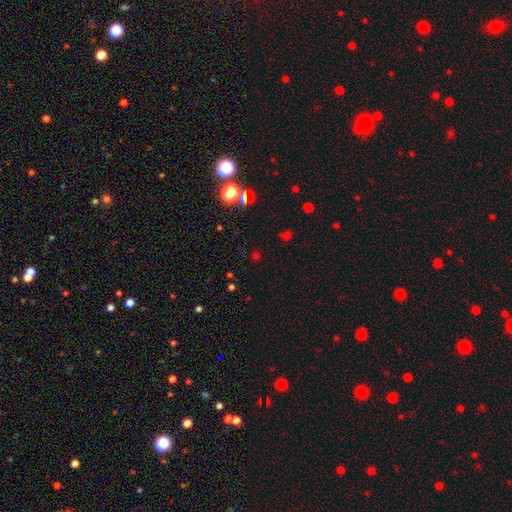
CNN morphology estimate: A star or artifact, not a galaxy (57%).